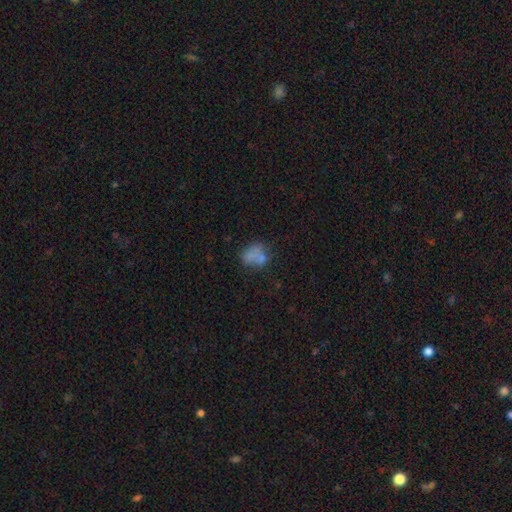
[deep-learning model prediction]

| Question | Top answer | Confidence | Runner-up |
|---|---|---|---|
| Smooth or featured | smooth | 65% | featured or disk (21%) |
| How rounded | in between | 52% | round (47%) |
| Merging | none | 45% | minor disturbance (22%) |